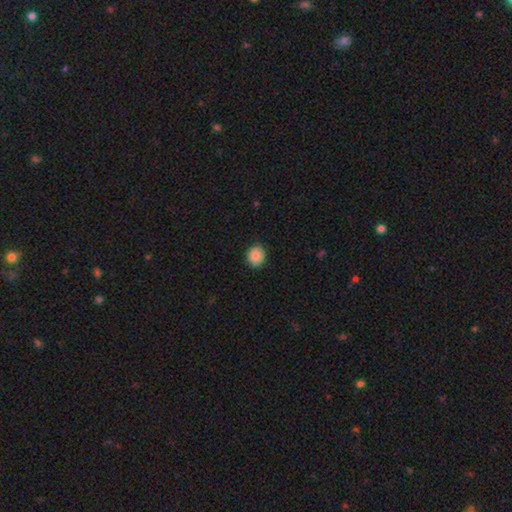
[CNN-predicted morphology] The model was most divided on "how rounded": round: 68%, in between: 31%, cigar-shaped: 1%. More confident: smooth or featured — smooth (87%); merging — none (86%).